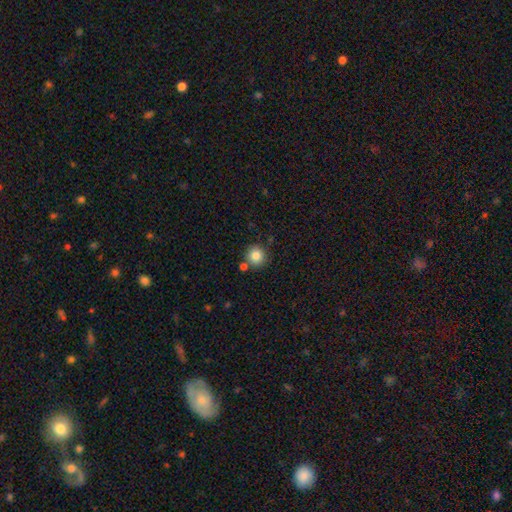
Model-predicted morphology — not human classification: A smooth galaxy with no disk features (83%) that is round (93%). Merging: none (77%).